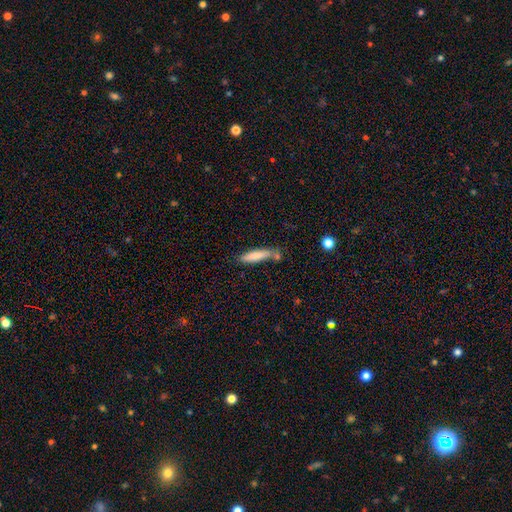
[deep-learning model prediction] Overall: smooth (78%). How rounded: cigar-shaped (80%). Merging: none (64%).